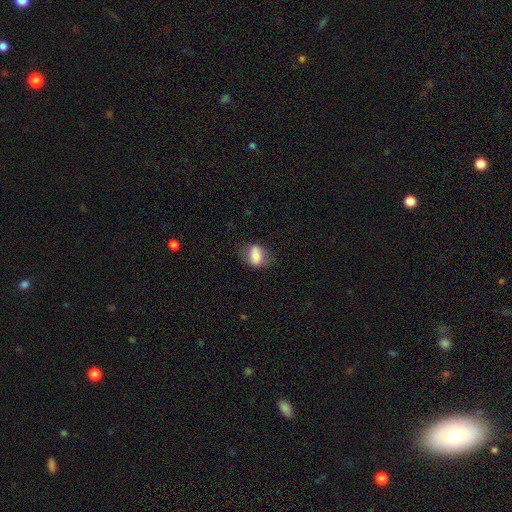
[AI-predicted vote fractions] smooth-or-featured: smooth: 76% | featured or disk: 16% | star or artifact: 9%
  how-rounded: in between: 69% | round: 29% | cigar-shaped: 2%
  merging: none: 57% | minor disturbance: 27% | major disturbance: 12% | merger: 4%